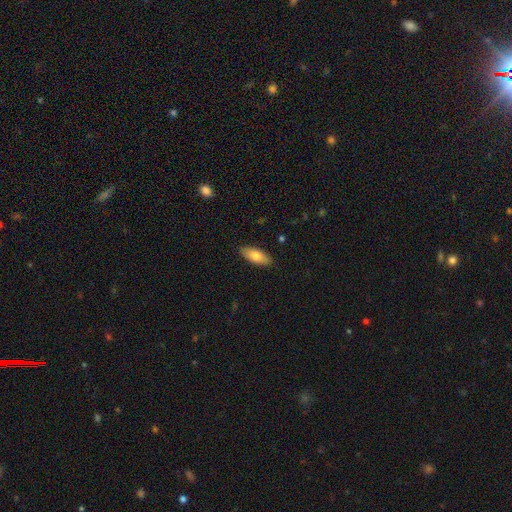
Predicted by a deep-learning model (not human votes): This appears to be a smooth galaxy with no disk features (76%) that is in between round and cigar-shaped (80%). Merging: none (88%).